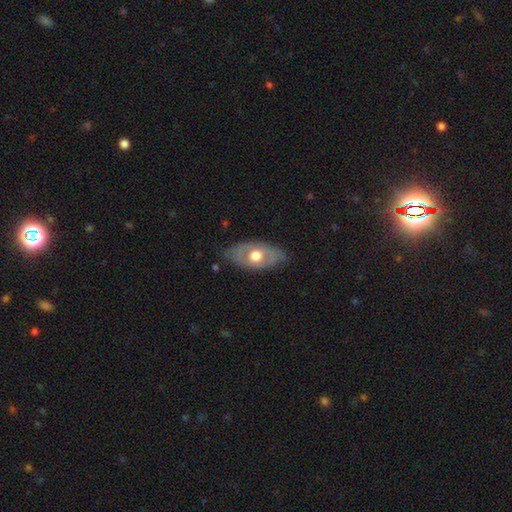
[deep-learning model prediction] Overall: featured or disk (52%; smooth 43%). Edge-on disk: no (82%). Merging: none (73%).